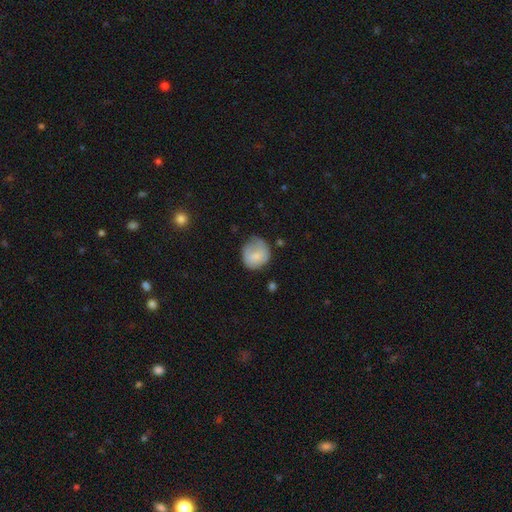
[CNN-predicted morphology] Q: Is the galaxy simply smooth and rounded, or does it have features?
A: smooth — 73%.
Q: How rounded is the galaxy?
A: round — 79%.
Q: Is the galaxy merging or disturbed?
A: none — 50%.